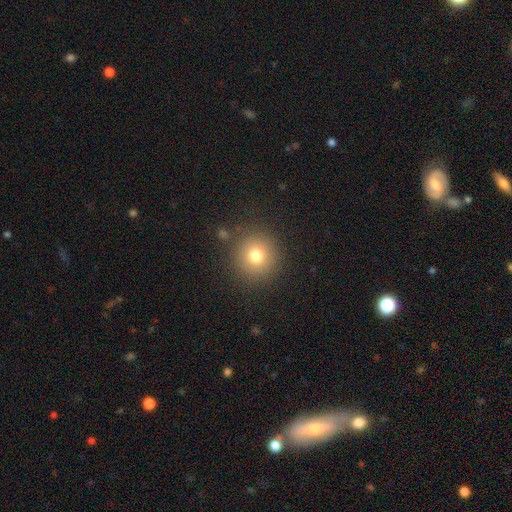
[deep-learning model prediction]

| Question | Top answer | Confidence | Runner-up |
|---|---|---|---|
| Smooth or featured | smooth | 76% | star or artifact (14%) |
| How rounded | round | 94% | in between (5%) |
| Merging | none | 88% | minor disturbance (7%) |